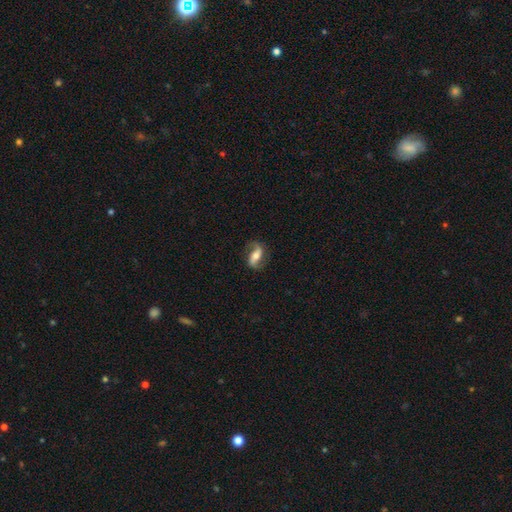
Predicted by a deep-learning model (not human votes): Smooth or featured?
  - featured or disk: 76% *
  - smooth: 17%
  - star or artifact: 6%
Edge-on disk?
  - no: 94% *
  - yes: 6%
Bar?
  - strong: 43% *
  - weak: 32%
  - no: 25%
Spiral arms?
  - yes: 92% *
  - no: 8%
Spiral winding?
  - loose: 53% *
  - medium: 35%
  - tight: 12%
Spiral arm count?
  - 2: 90% *
  - 1: 4%
  - can't tell: 3%
  - 3: 1%
  - 4: 1%
  - more than 4: 1%
Bulge size?
  - moderate: 59% *
  - small: 20%
  - large: 16%
  - none: 3%
  - dominant: 2%
Merging?
  - none: 78% *
  - minor disturbance: 14%
  - major disturbance: 7%
  - merger: 1%